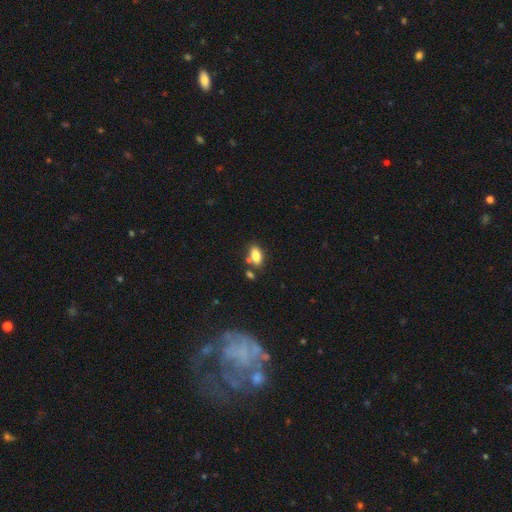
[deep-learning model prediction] Smooth or featured: smooth — 80% (featured or disk — 10%)
How rounded: in between — 87% (cigar-shaped — 7%)
Merging: none — 66% (merger — 18%)